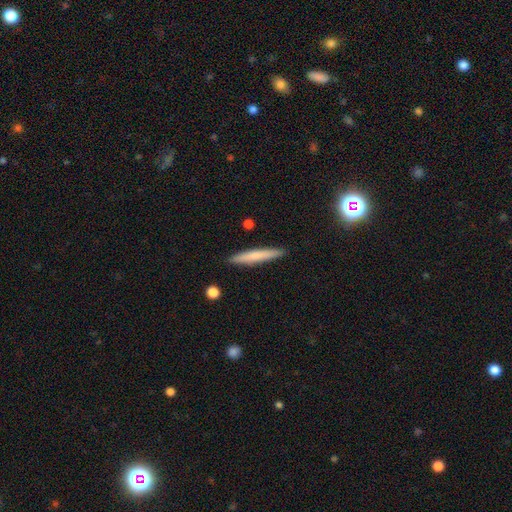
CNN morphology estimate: The model was most divided on "smooth or featured": smooth: 66%, featured or disk: 28%, star or artifact: 6%. More confident: how rounded — cigar-shaped (95%); merging — none (91%).